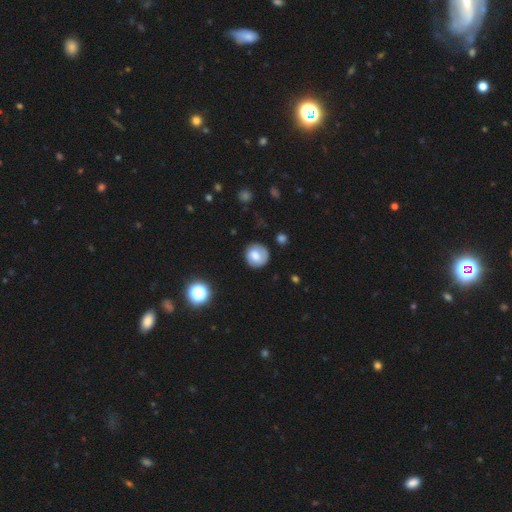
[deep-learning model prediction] Q: Smooth or featured?
A: smooth (69%); runner-up: featured or disk (22%)
Q: How rounded?
A: round (88%); runner-up: in between (11%)
Q: Merging?
A: none (78%); runner-up: minor disturbance (15%)